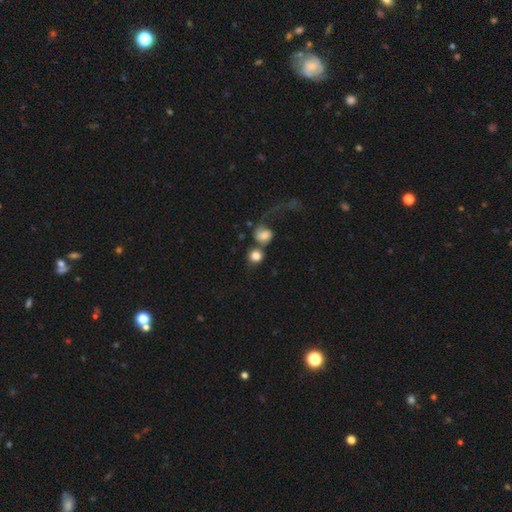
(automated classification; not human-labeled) Smooth or featured? Predicted: smooth (p=0.81). How rounded? Predicted: round (p=0.86). Merging? Predicted: merger (p=0.43).